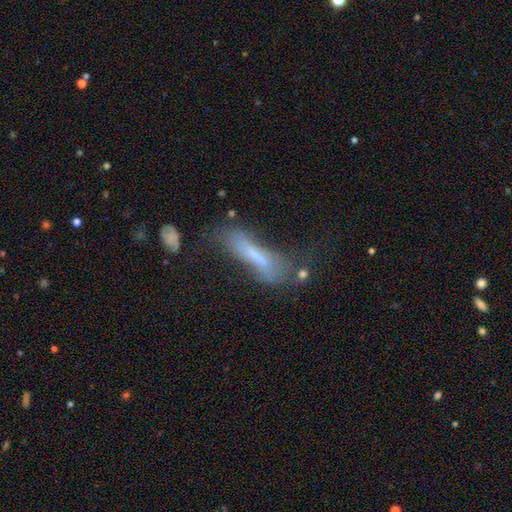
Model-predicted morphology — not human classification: This is possibly a smooth galaxy (47%). Merging: marginally none (35%).